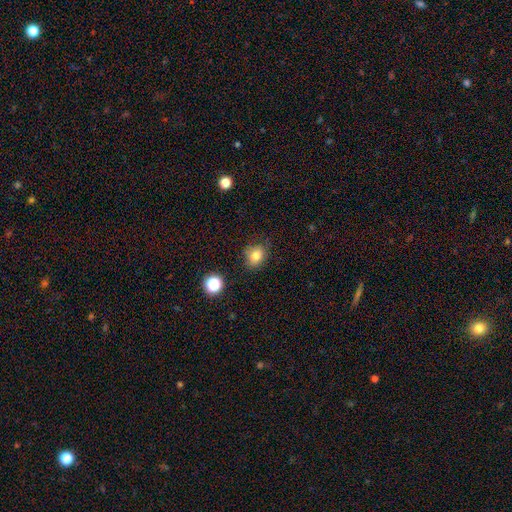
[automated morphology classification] type=smooth (81%); roundness=round (59%); merging=none (74%).